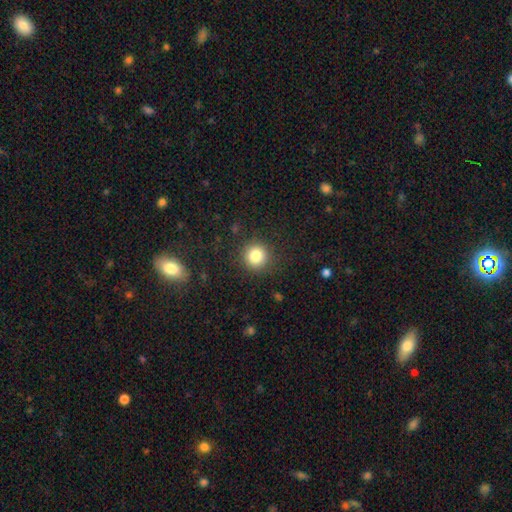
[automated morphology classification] Q: Smooth or featured?
A: smooth (82%); runner-up: star or artifact (11%)
Q: How rounded?
A: round (93%); runner-up: in between (6%)
Q: Merging?
A: none (89%); runner-up: minor disturbance (7%)